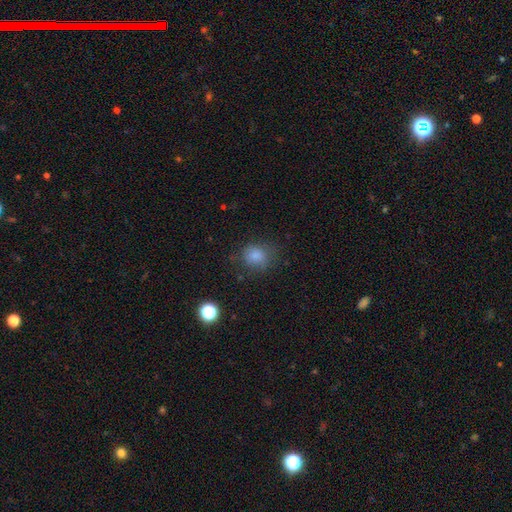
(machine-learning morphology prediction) This is clearly a smooth galaxy (82%). How rounded: likely round (72%). Merging: likely none (70%).